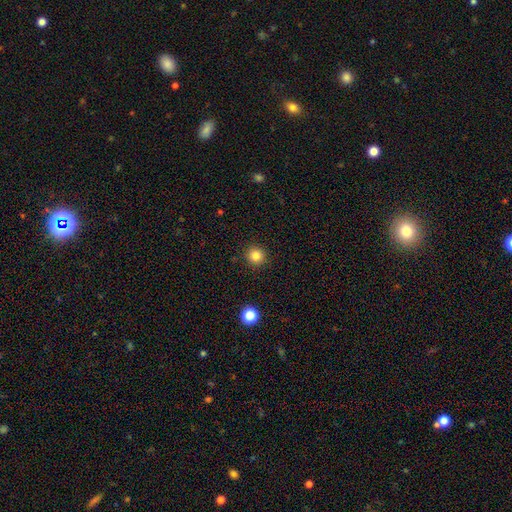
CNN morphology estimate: Smooth or featured?
  - smooth: 83% *
  - star or artifact: 12%
  - featured or disk: 5%
How rounded?
  - round: 94% *
  - in between: 5%
  - cigar-shaped: 1%
Merging?
  - none: 92% *
  - minor disturbance: 5%
  - major disturbance: 2%
  - merger: 1%